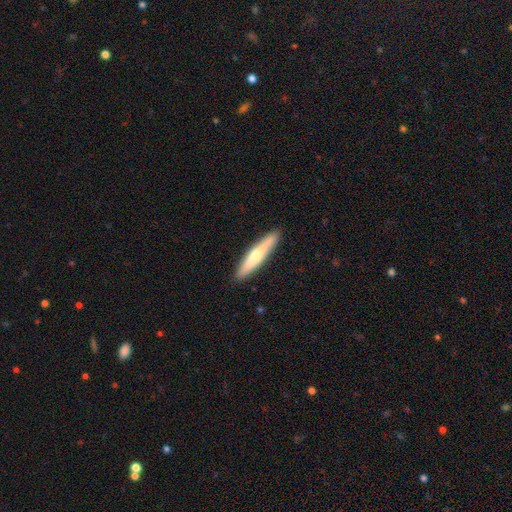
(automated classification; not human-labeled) Smooth or featured? smooth (59%)
How rounded? cigar-shaped (89%)
Merging? none (90%)